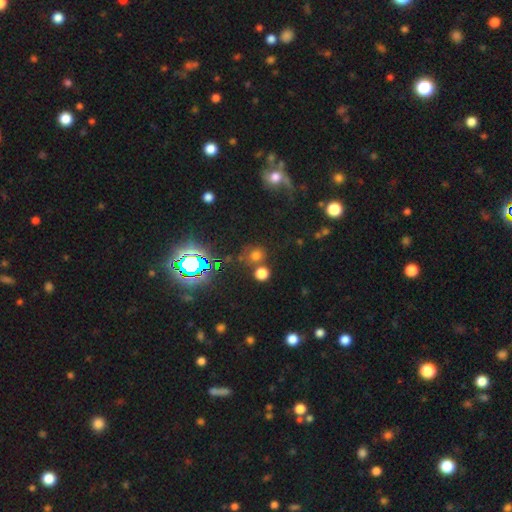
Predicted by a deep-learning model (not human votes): Overall: smooth (59%; star or artifact 34%). How rounded: round (85%). Merging: none (72%).